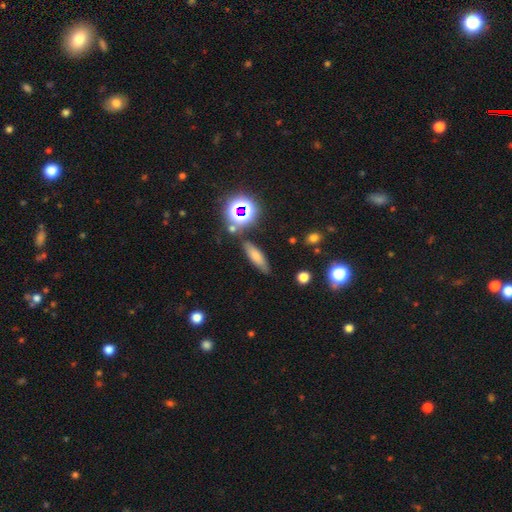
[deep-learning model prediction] This appears to be a smooth galaxy with no disk features (67%) that is cigar-shaped (53%). Merging: none (77%).